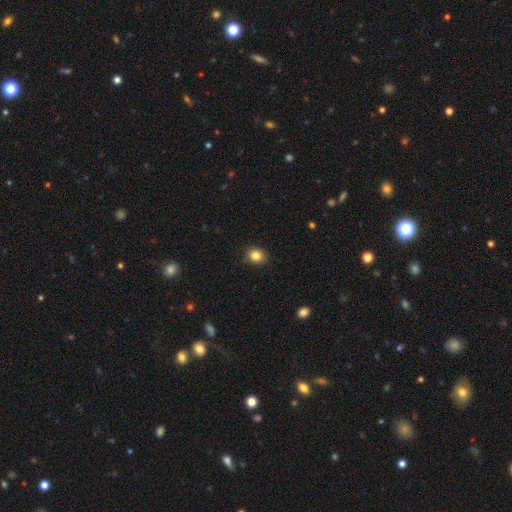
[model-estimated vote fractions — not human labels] Morphology: type=smooth (84%); roundness=round (71%); merging=none (89%).